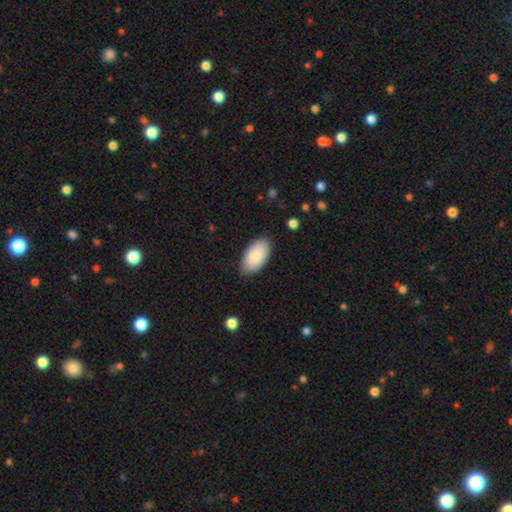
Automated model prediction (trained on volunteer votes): Morphology: type=smooth (84%); roundness=in between (96%); merging=none (84%).